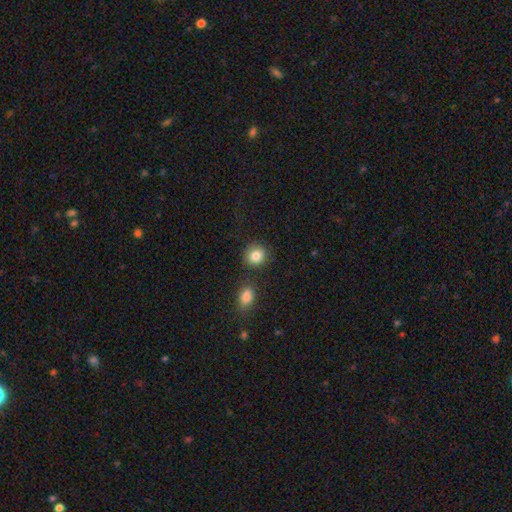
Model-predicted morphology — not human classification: smooth-or-featured: smooth: 85% | star or artifact: 9% | featured or disk: 6%
  how-rounded: round: 82% | in between: 17% | cigar-shaped: 1%
  merging: none: 79% | minor disturbance: 10% | merger: 8% | major disturbance: 3%